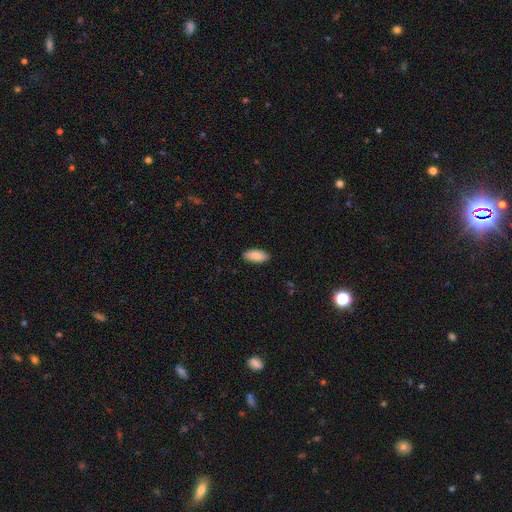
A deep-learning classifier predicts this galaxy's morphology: Overall: smooth (88%). How rounded: in between (90%). Merging: none (89%).